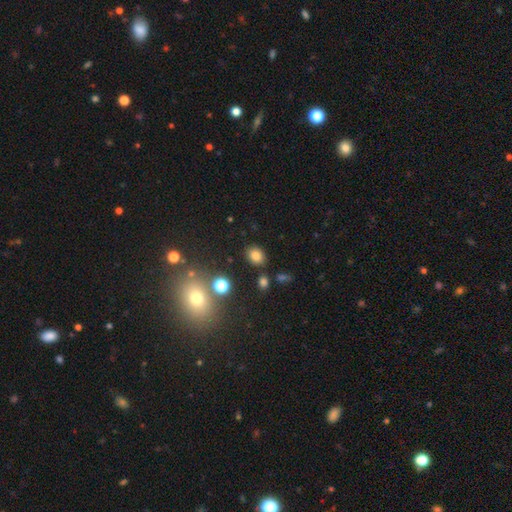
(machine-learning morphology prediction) Smooth or featured? Predicted: smooth (p=0.79). How rounded? Predicted: in between (p=0.54). Merging? Predicted: none (p=0.82).